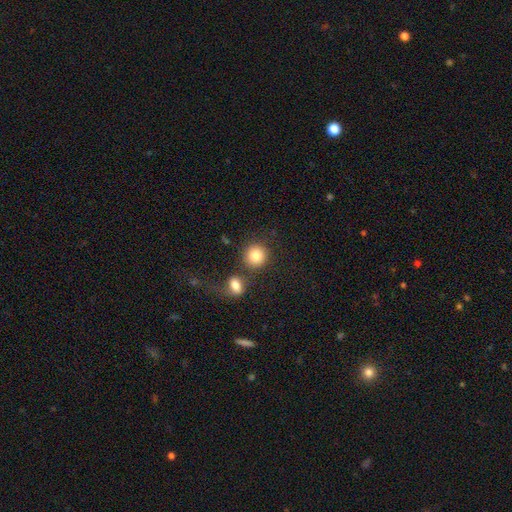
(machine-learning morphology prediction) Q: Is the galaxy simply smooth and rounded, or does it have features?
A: smooth — 84%.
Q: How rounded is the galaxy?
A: round — 89%.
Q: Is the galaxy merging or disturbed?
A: none — 72%.